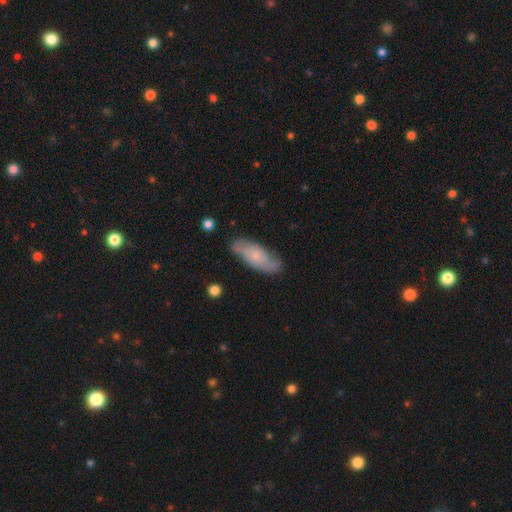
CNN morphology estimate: A featured or disk galaxy (50%). Merging: none (75%).